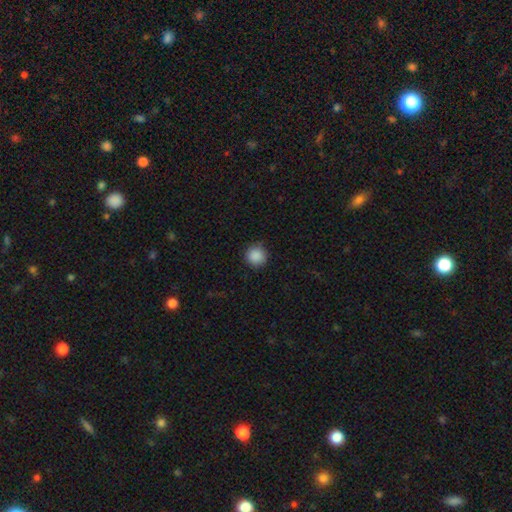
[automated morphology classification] This appears to be a smooth galaxy with no disk features (88%) that is round (95%). Merging: none (89%).